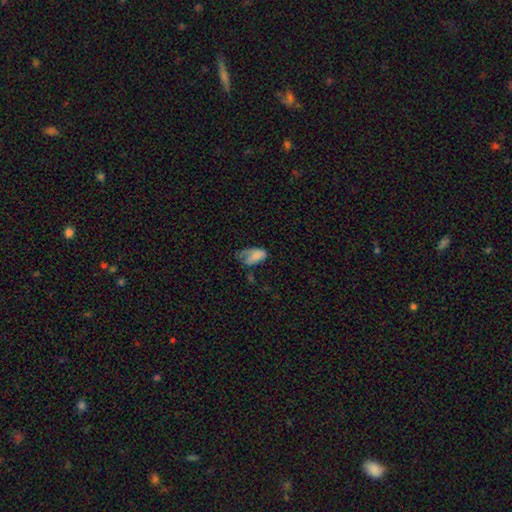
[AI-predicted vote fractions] This appears to be a smooth galaxy with no disk features (71%) that is in between round and cigar-shaped (92%). Merging: major disturbance (39%).